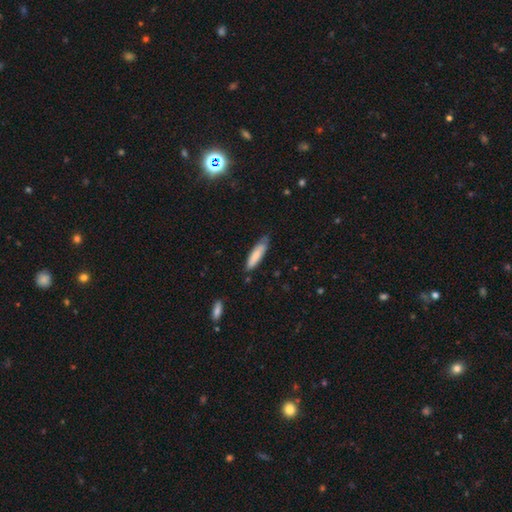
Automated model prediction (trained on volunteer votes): This appears to be a smooth galaxy with no disk features (79%) that is cigar-shaped (66%). Merging: none (68%).